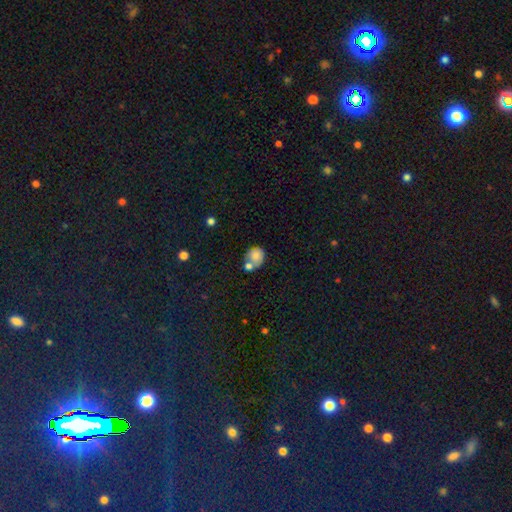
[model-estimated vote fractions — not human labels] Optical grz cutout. It shows a smooth galaxy with no disk features (78%) that is round (72%). Merging: none (38%).